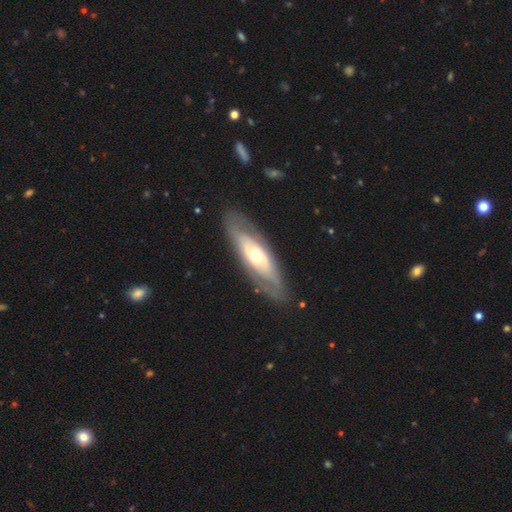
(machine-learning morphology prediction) Overall: featured or disk (67%; smooth 28%). Edge-on disk: no (76%). Bar: no (77%). Spiral arms: no (62%; yes 38%). Bulge size: moderate (66%). Merging: none (82%).